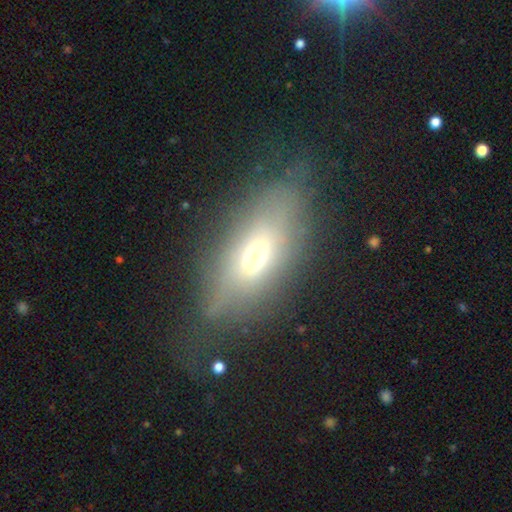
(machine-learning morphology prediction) smooth 50%, featured or disk 38%, star or artifact 12%. Down the decision tree: how rounded — in between (79%); merging — none (56%).